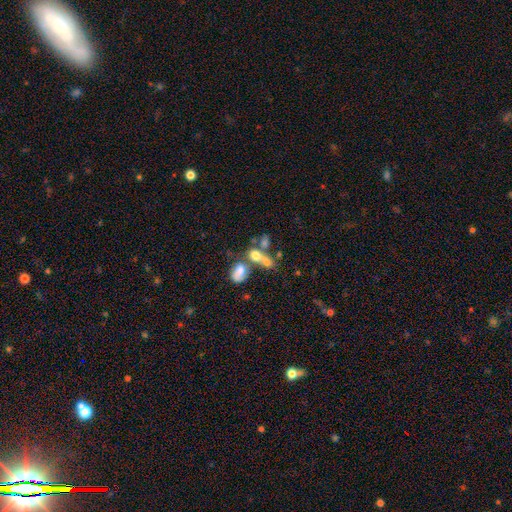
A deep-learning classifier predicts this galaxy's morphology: type=smooth (64%); roundness=in between (62%); merging=merger (60%).